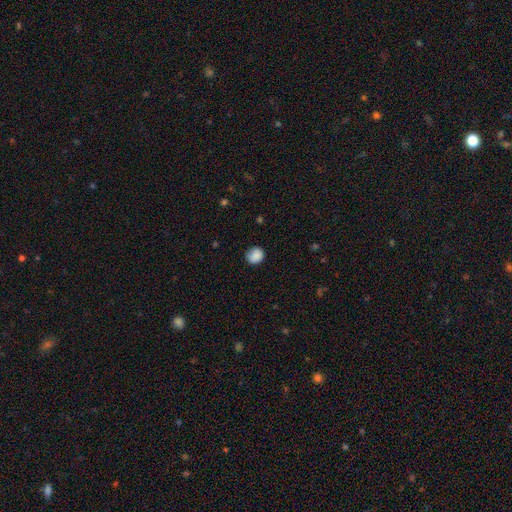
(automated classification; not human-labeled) Overall: smooth (88%). How rounded: round (77%). Merging: none (81%).